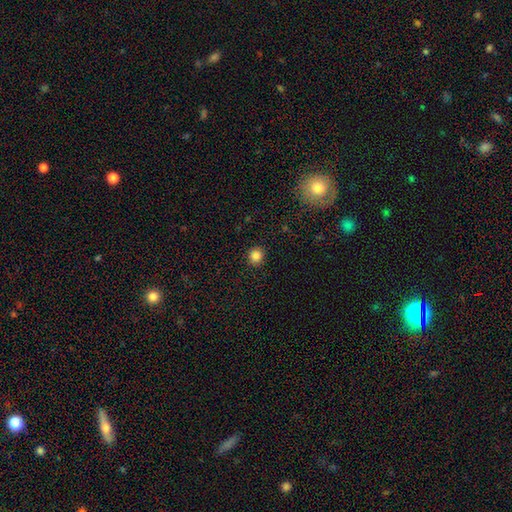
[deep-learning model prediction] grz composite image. It shows a smooth galaxy with no disk features (85%) that is round (90%). Merging: none (91%).